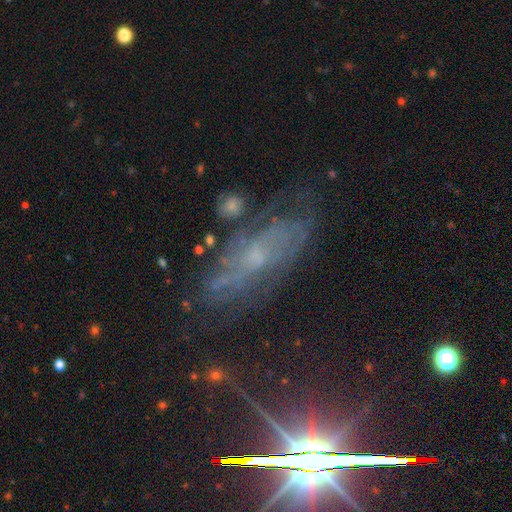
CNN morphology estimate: smooth_or_featured: featured or disk (p=0.58) [alt: star or artifact p=0.21]
disk_edge_on: no (p=0.71) [alt: yes p=0.29]
merging: none (p=0.63) [alt: minor disturbance p=0.21]